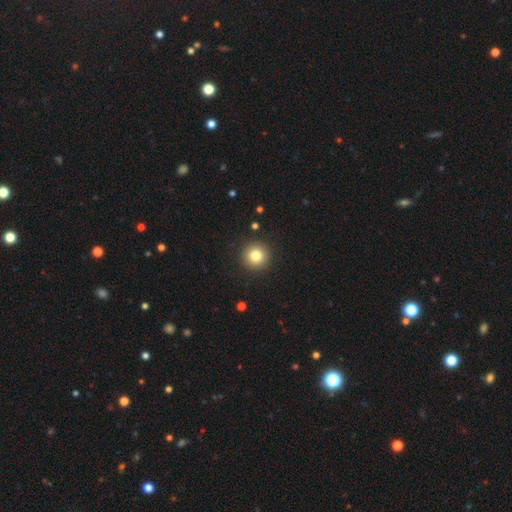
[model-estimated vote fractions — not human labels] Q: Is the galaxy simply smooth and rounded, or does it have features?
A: smooth — 81%.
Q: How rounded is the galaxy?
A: round — 96%.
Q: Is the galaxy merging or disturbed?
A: none — 91%.